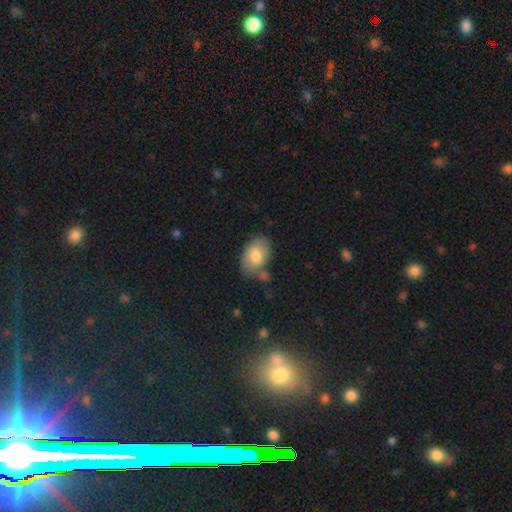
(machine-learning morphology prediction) A smooth galaxy with no disk features (78%) that is in between round and cigar-shaped (82%). Merging: none (58%).